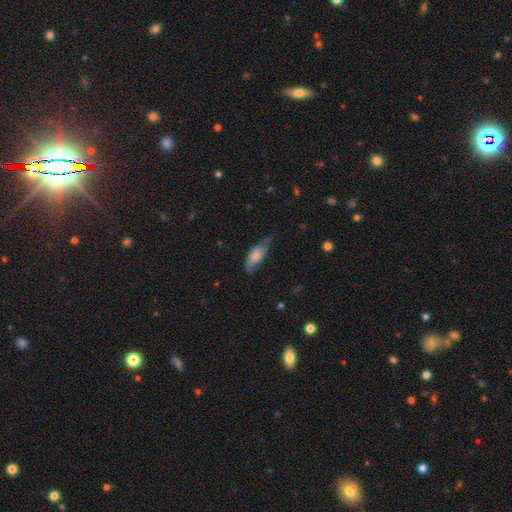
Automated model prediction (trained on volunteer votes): Q: Smooth or featured?
A: smooth (62%); runner-up: featured or disk (31%)
Q: How rounded?
A: in between (74%); runner-up: cigar-shaped (23%)
Q: Merging?
A: none (49%); runner-up: minor disturbance (36%)